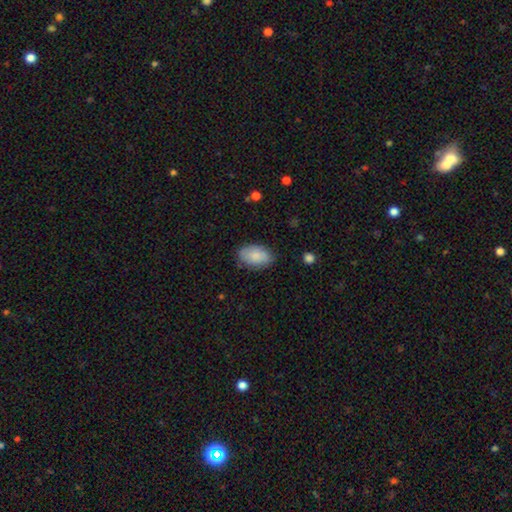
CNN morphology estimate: The model was most divided on "merging": none: 79%, minor disturbance: 16%, major disturbance: 3%, merger: 1%. More confident: how rounded — in between (92%); smooth or featured — smooth (84%).